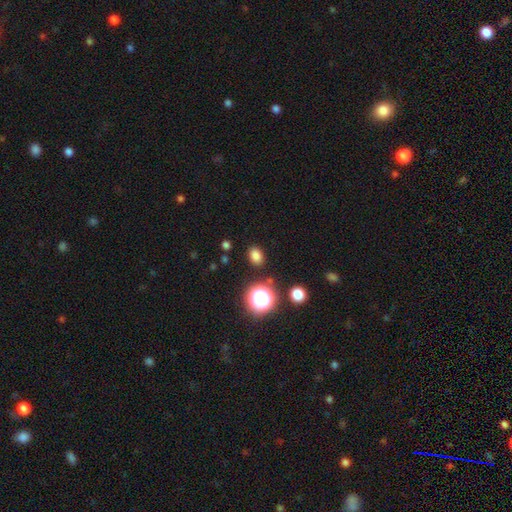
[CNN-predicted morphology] smooth-or-featured: smooth: 79% | star or artifact: 16% | featured or disk: 5%
  how-rounded: in between: 62% | round: 37% | cigar-shaped: 1%
  merging: none: 86% | minor disturbance: 9% | major disturbance: 3% | merger: 2%